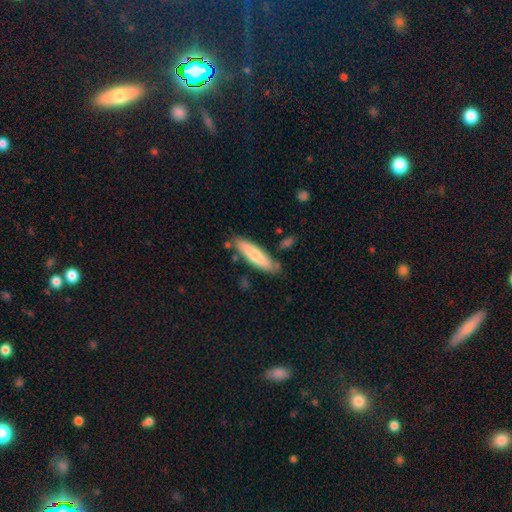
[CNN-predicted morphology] Q: Smooth or featured?
A: smooth (74%); runner-up: featured or disk (21%)
Q: How rounded?
A: cigar-shaped (72%); runner-up: in between (27%)
Q: Merging?
A: none (77%); runner-up: minor disturbance (15%)